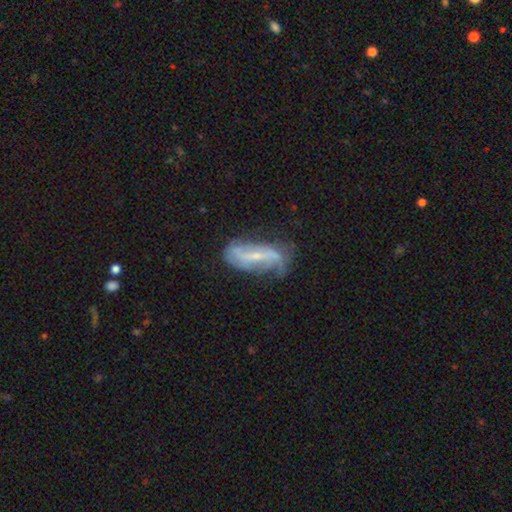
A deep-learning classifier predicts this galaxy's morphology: type=featured or disk (75%); edge-on=no (88%); bar=strong (40%); spiral arms=yes (83%); winding=loose (52%); arm count=2 (69%); bulge=small (71%); merging=none (51%).